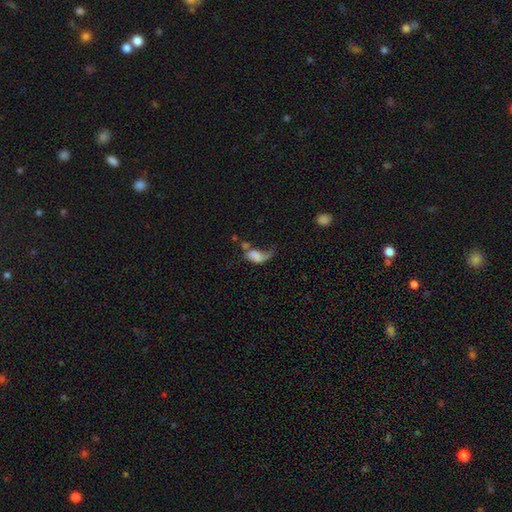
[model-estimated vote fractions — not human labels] A smooth galaxy with no disk features (54%) that is in between round and cigar-shaped (85%).

Vote fractions:
- Smooth or featured? smooth: 54% / featured or disk: 34% / star or artifact: 11%
- How rounded? in between: 85% / round: 10% / cigar-shaped: 5%
- Merging? major disturbance: 44% / merger: 21% / none: 18% / minor disturbance: 16%